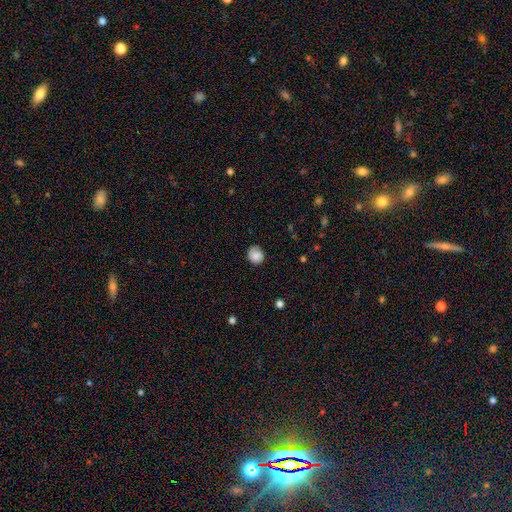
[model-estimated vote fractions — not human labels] Q: Smooth or featured?
A: smooth (80%); runner-up: featured or disk (12%)
Q: How rounded?
A: round (73%); runner-up: in between (26%)
Q: Merging?
A: none (73%); runner-up: minor disturbance (21%)